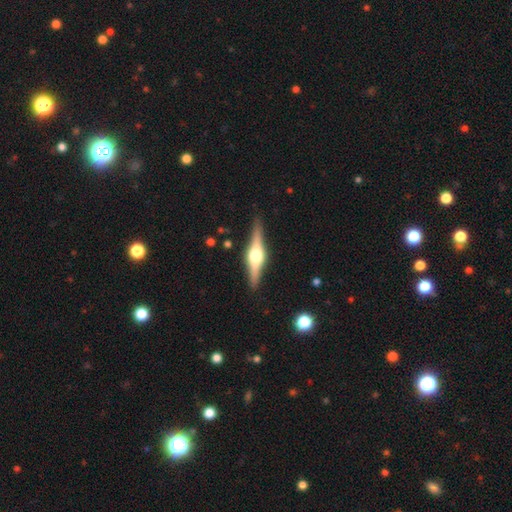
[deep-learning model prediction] Overall: featured or disk (79%). Edge-on disk: yes (98%). Edge-on bulge: rounded (93%). Merging: none (90%).